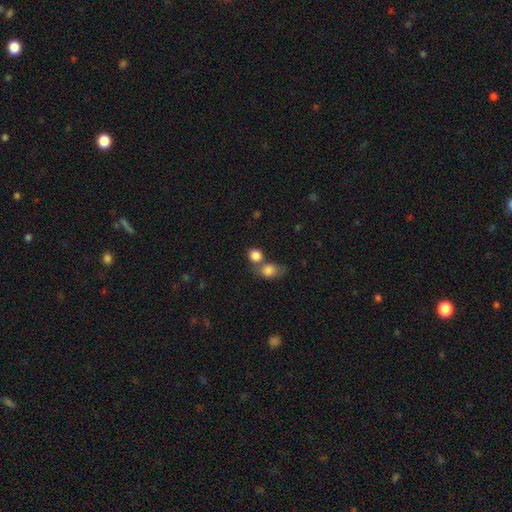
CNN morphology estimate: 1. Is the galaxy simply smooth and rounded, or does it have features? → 84% smooth, 9% star or artifact, 7% featured or disk.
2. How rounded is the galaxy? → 71% round, 27% in between, 1% cigar-shaped.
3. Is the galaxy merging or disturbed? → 45% merger, 43% none, 9% minor disturbance, 4% major disturbance.